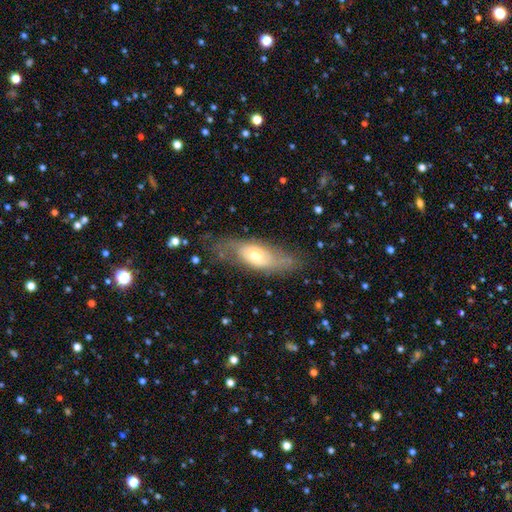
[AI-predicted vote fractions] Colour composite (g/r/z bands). It shows a featured or disk galaxy (54%). Merging: none (61%).